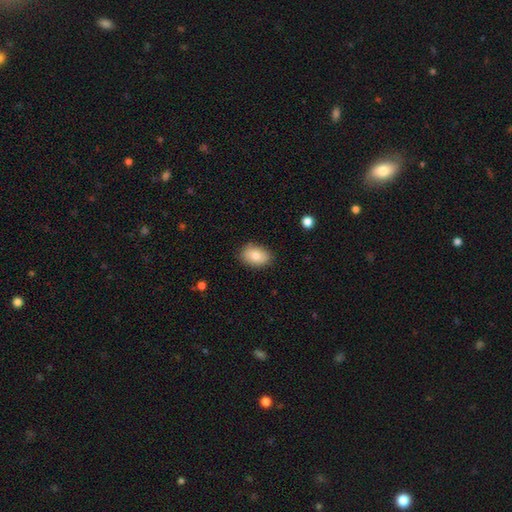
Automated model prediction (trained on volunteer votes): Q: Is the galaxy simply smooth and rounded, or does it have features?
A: smooth — 82%.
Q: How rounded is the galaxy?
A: in between — 85%.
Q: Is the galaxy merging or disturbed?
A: none — 85%.